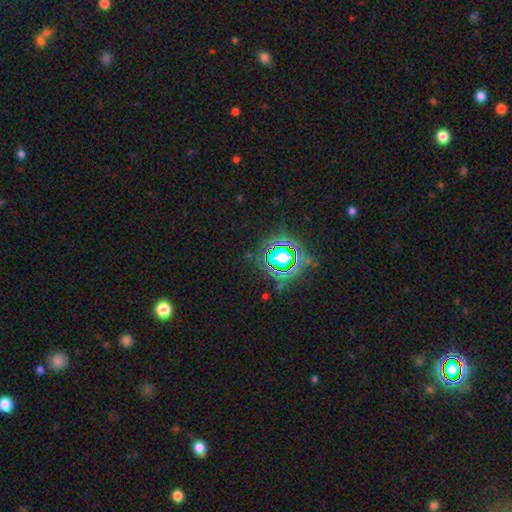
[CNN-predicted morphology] smooth-or-featured: star or artifact: 78% | smooth: 14% | featured or disk: 8%